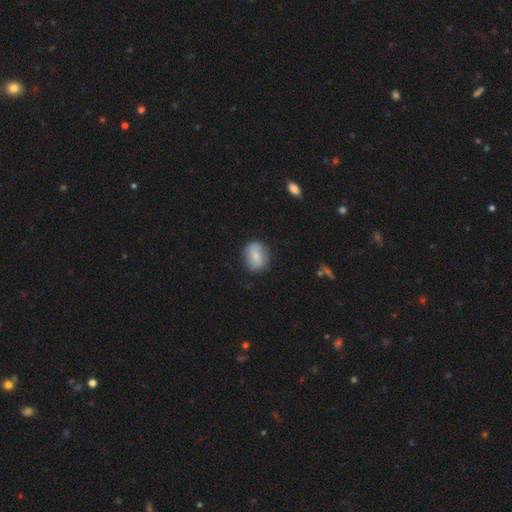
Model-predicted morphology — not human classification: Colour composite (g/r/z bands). It shows a smooth galaxy with no disk features (74%) that is in between round and cigar-shaped (54%). Merging: none (80%).